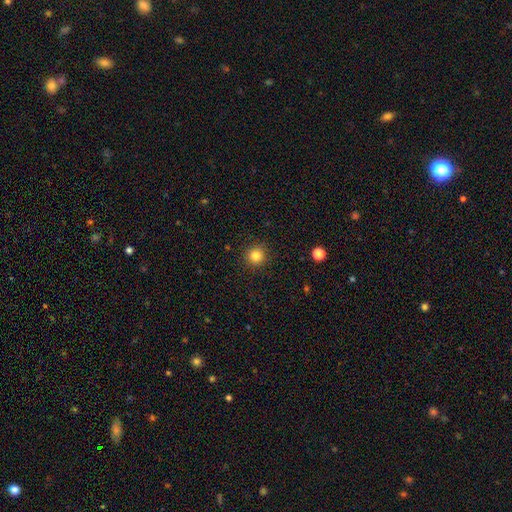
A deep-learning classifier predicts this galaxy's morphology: Q: Smooth or featured?
A: smooth (84%); runner-up: star or artifact (12%)
Q: How rounded?
A: round (94%); runner-up: in between (5%)
Q: Merging?
A: none (91%); runner-up: minor disturbance (6%)